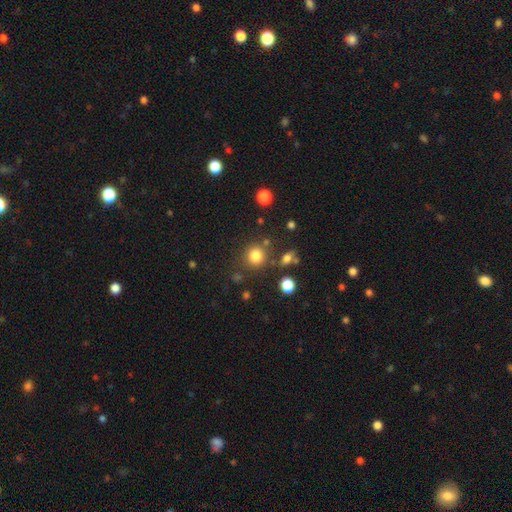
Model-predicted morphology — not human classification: Smooth or featured? smooth (80%)
How rounded? round (87%)
Merging? none (77%)